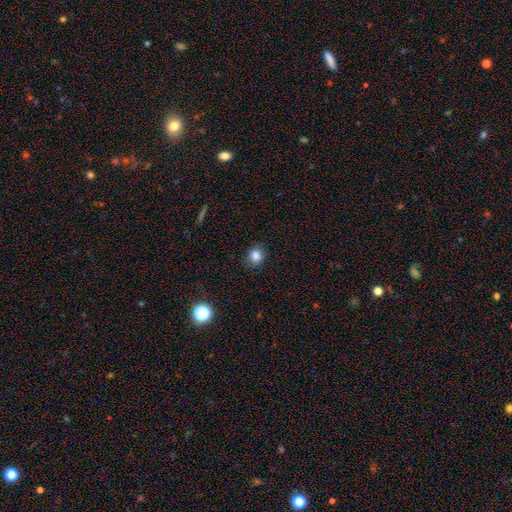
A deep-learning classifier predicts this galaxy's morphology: smooth-or-featured: smooth: 83% | star or artifact: 11% | featured or disk: 6%
  how-rounded: round: 81% | in between: 18% | cigar-shaped: 1%
  merging: none: 84% | minor disturbance: 12% | major disturbance: 3% | merger: 1%